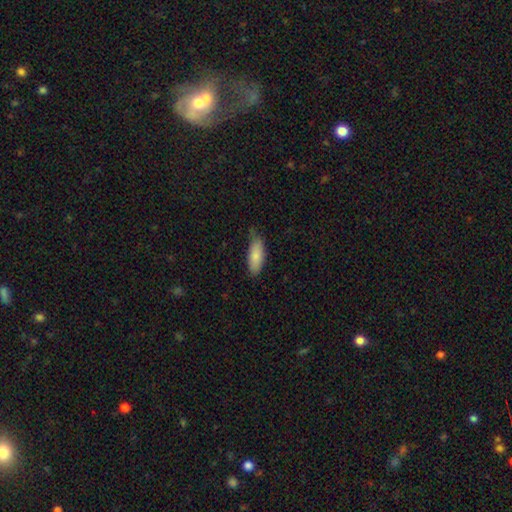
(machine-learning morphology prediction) The model was most divided on "merging": none: 64%, minor disturbance: 30%, major disturbance: 5%, merger: 2%. More confident: smooth or featured — smooth (84%); how rounded — in between (77%).